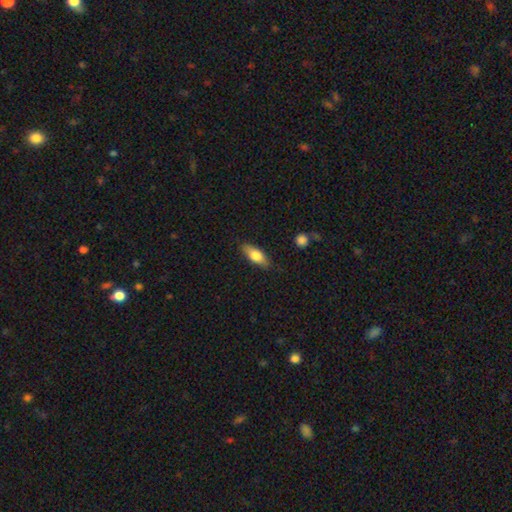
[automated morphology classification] The model was most divided on "smooth or featured": smooth: 71%, featured or disk: 23%, star or artifact: 6%. More confident: merging — none (83%); how rounded — in between (73%).